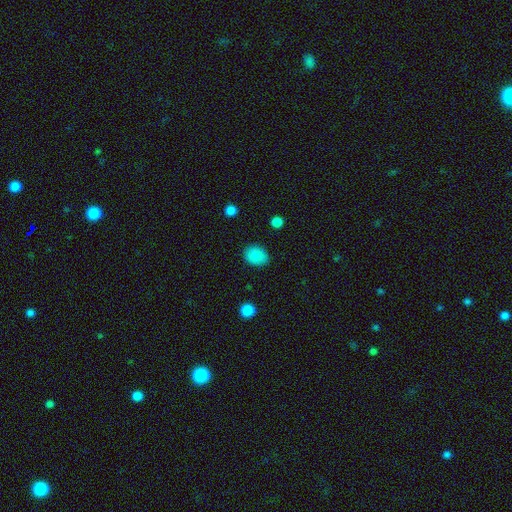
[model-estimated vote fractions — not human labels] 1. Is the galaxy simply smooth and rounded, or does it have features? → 87% smooth, 9% star or artifact, 3% featured or disk.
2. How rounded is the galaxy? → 57% in between, 42% round, 1% cigar-shaped.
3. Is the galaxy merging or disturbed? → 84% none, 11% minor disturbance, 3% major disturbance, 1% merger.